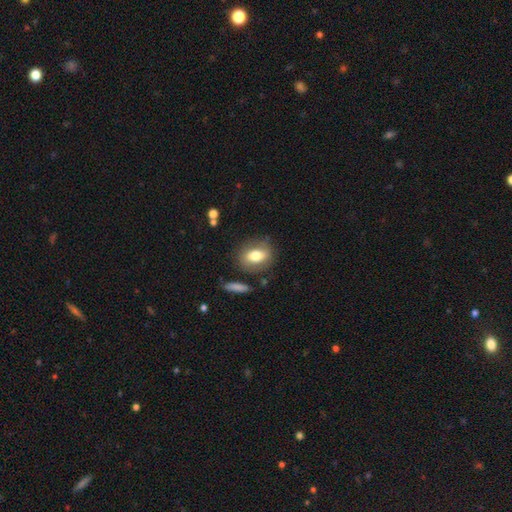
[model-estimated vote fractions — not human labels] Morphology: type=smooth (70%); roundness=in between (68%); merging=none (75%).